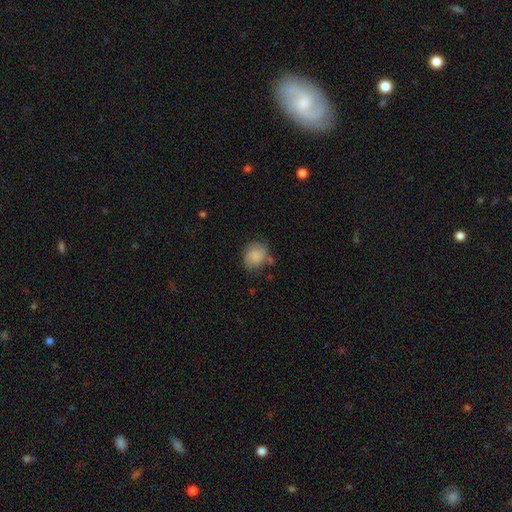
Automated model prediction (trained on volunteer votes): The model was most divided on "how rounded": round: 64%, in between: 35%, cigar-shaped: 1%. More confident: smooth or featured — smooth (75%); merging — none (61%).